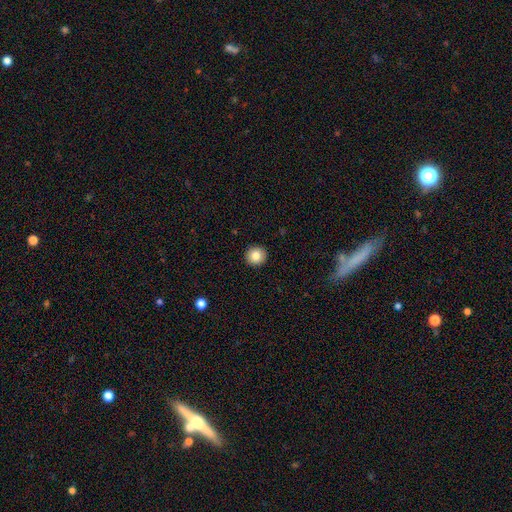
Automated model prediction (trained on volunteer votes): Smooth or featured? Predicted: smooth (p=0.84). How rounded? Predicted: round (p=0.92). Merging? Predicted: none (p=0.93).